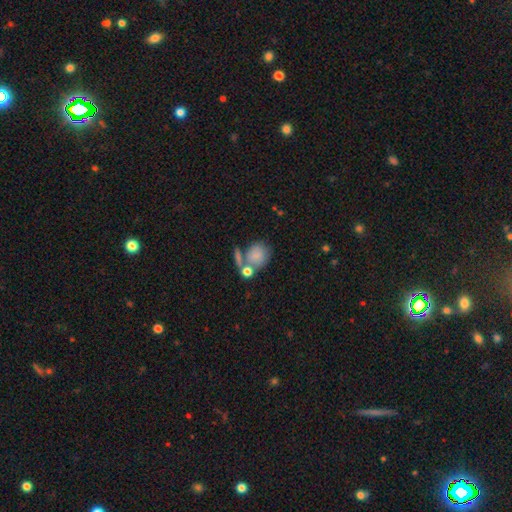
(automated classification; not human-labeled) Morphology: type=smooth (77%); roundness=round (57%); merging=none (39%).